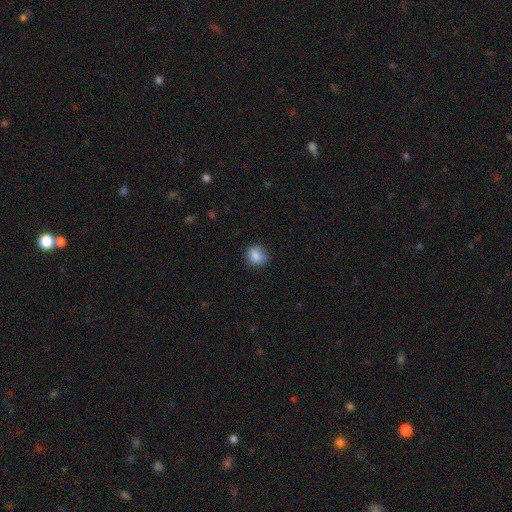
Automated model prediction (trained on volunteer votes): A smooth galaxy with no disk features (87%) that is round (78%). Merging: none (83%).